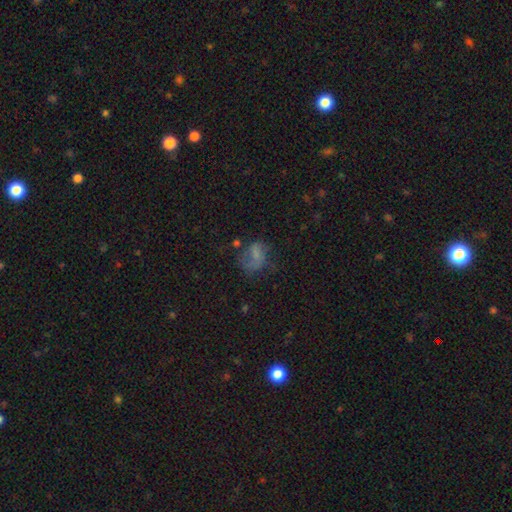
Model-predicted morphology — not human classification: Smooth or featured? Predicted: smooth (p=0.49). Merging? Predicted: major disturbance (p=0.36).